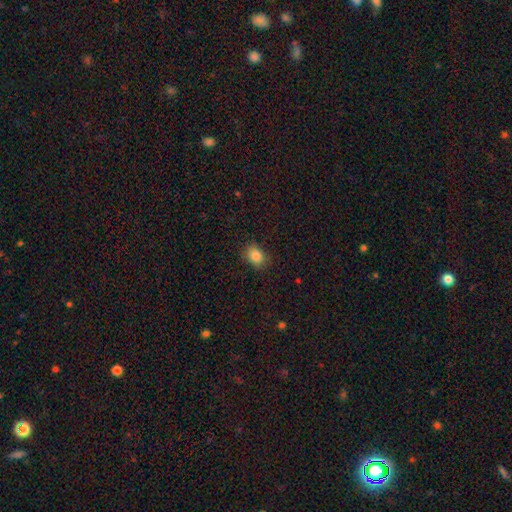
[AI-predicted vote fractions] smooth_or_featured: smooth (p=0.85) [alt: star or artifact p=0.09]
how_rounded: in between (p=0.68) [alt: round p=0.31]
merging: none (p=0.84) [alt: minor disturbance p=0.12]